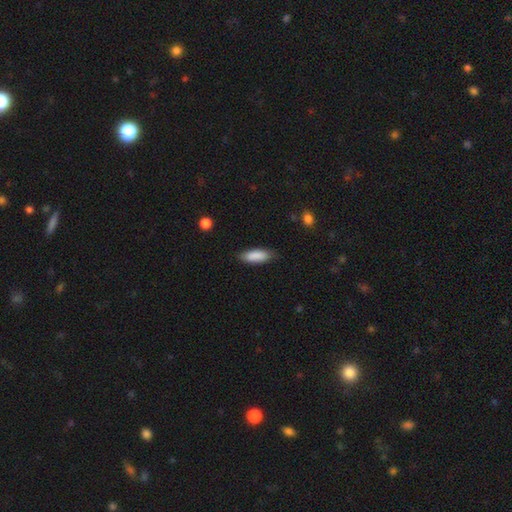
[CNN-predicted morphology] Overall: smooth (88%). How rounded: in between (64%; cigar-shaped 34%). Merging: none (82%).